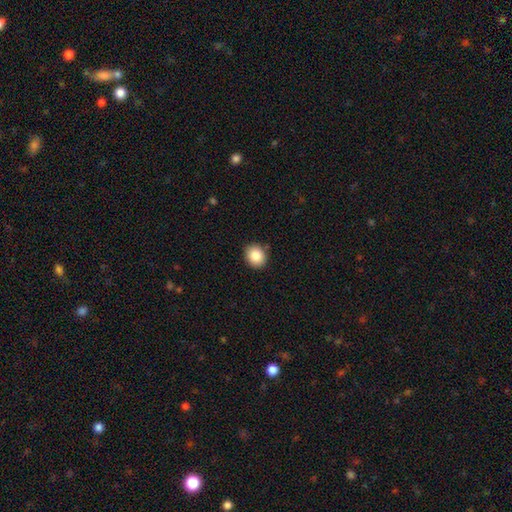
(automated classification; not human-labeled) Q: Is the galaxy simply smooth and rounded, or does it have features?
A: smooth — 85%.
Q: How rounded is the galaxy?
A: round — 70%.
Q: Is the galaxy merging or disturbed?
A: none — 88%.